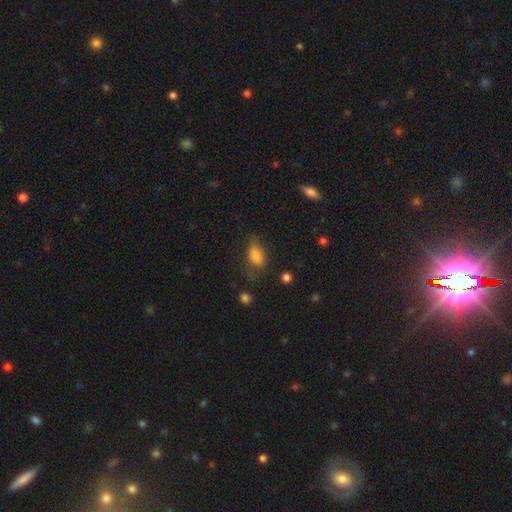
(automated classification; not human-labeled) smooth_or_featured: smooth (p=0.80) [alt: featured or disk p=0.10]
how_rounded: in between (p=0.86) [alt: round p=0.07]
merging: none (p=0.52) [alt: minor disturbance p=0.30]